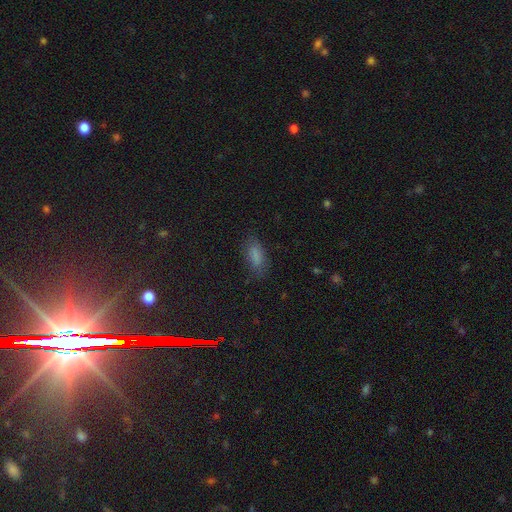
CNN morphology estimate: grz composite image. It shows a smooth galaxy with no disk features (79%) that is in between round and cigar-shaped (83%). Merging: none (75%).